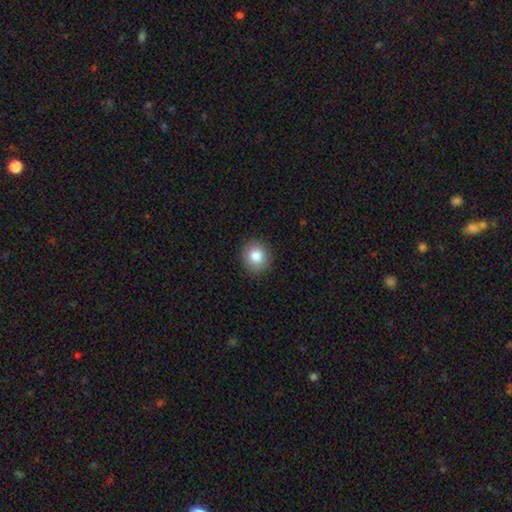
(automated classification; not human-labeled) Q: Smooth or featured?
A: smooth (83%); runner-up: star or artifact (9%)
Q: How rounded?
A: round (85%); runner-up: in between (14%)
Q: Merging?
A: none (91%); runner-up: minor disturbance (7%)